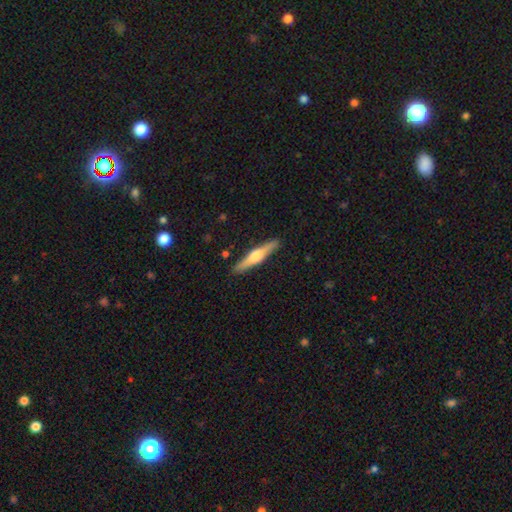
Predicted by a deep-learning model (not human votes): A featured or disk galaxy (59%) viewed edge-on (97%) with a rounded central bulge (87%).

Vote fractions:
- Smooth or featured? featured or disk: 59% / smooth: 36% / star or artifact: 6%
- Edge-on disk? yes: 97% / no: 3%
- Edge-on bulge? rounded: 87% / boxy: 8% / none: 5%
- Merging? none: 90% / minor disturbance: 7% / major disturbance: 2% / merger: 1%